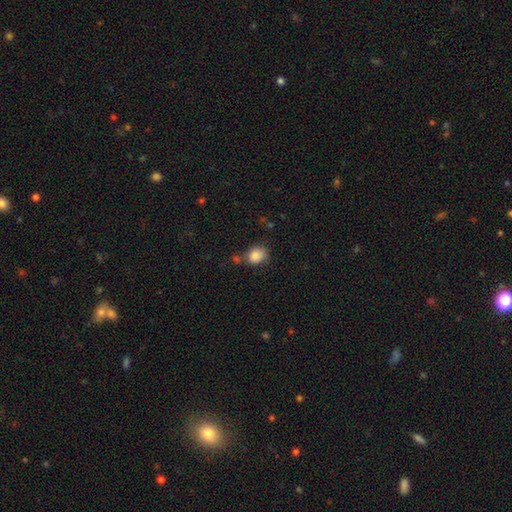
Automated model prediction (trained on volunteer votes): Overall: smooth (86%). How rounded: round (54%; in between 45%). Merging: none (64%).